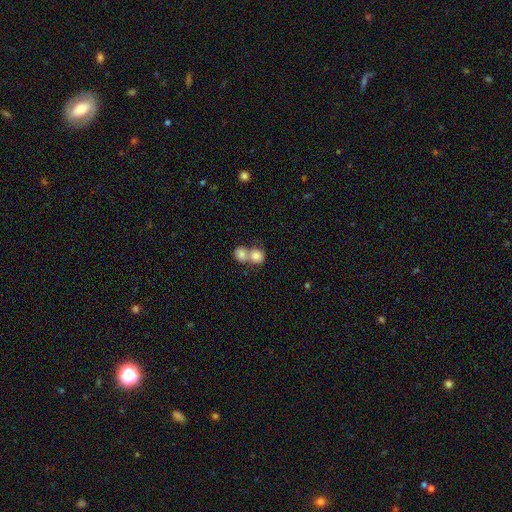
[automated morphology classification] smooth-or-featured: smooth: 79% | featured or disk: 12% | star or artifact: 8%
  how-rounded: round: 78% | in between: 21% | cigar-shaped: 1%
  merging: merger: 66% | none: 26% | minor disturbance: 5% | major disturbance: 3%